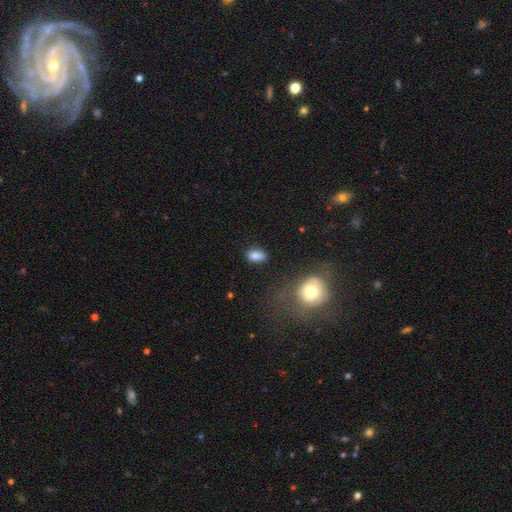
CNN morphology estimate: Smooth or featured?
  - smooth: 84% *
  - star or artifact: 9%
  - featured or disk: 7%
How rounded?
  - in between: 85% *
  - round: 13%
  - cigar-shaped: 2%
Merging?
  - none: 83% *
  - minor disturbance: 11%
  - major disturbance: 3%
  - merger: 2%